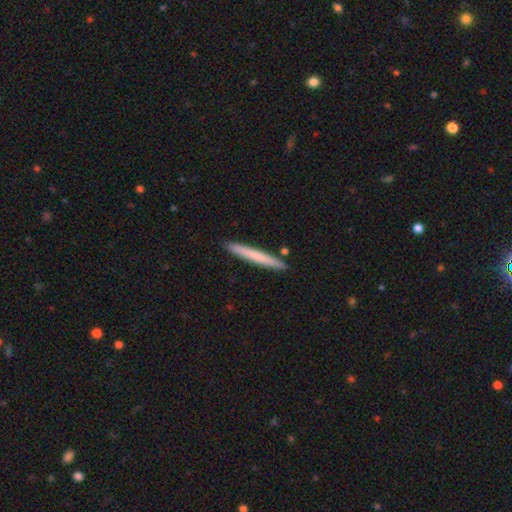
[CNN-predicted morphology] smooth 68%, featured or disk 26%, star or artifact 5%. Down the decision tree: how rounded — cigar-shaped (97%); merging — none (91%).